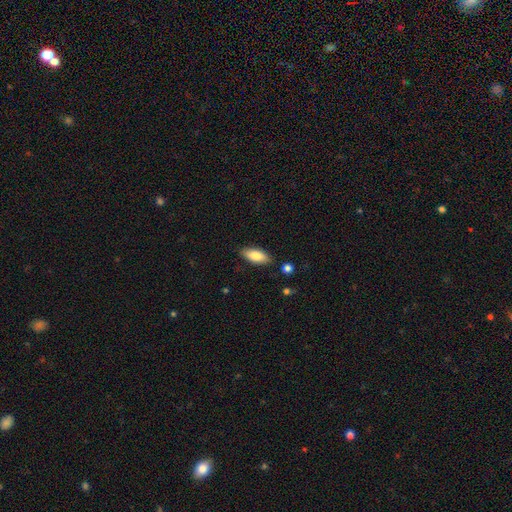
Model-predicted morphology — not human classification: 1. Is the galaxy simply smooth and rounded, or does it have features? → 81% smooth, 12% featured or disk, 6% star or artifact.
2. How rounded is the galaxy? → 83% in between, 15% cigar-shaped, 2% round.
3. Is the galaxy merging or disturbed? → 86% none, 10% minor disturbance, 2% major disturbance, 2% merger.